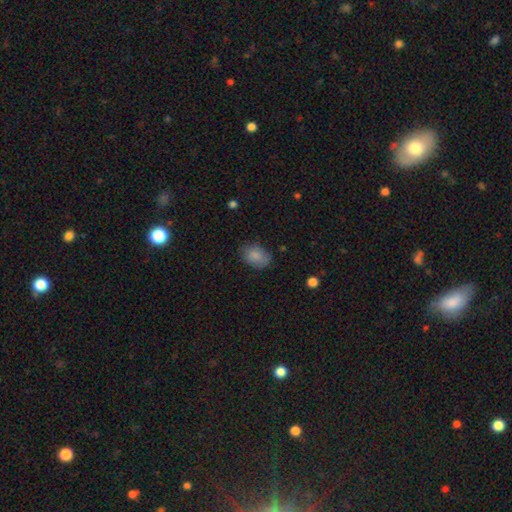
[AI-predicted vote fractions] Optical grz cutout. It shows a smooth galaxy with no disk features (85%) that is in between round and cigar-shaped (77%). Merging: none (75%).